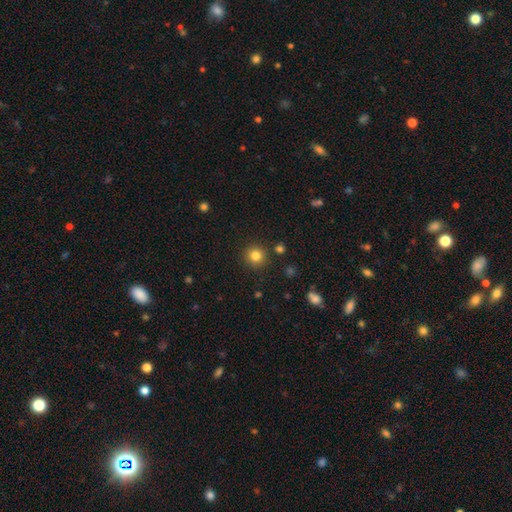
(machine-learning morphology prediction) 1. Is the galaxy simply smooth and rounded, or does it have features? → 82% smooth, 12% star or artifact, 5% featured or disk.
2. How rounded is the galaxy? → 94% round, 6% in between, 1% cigar-shaped.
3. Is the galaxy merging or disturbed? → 89% none, 6% minor disturbance, 3% merger, 2% major disturbance.